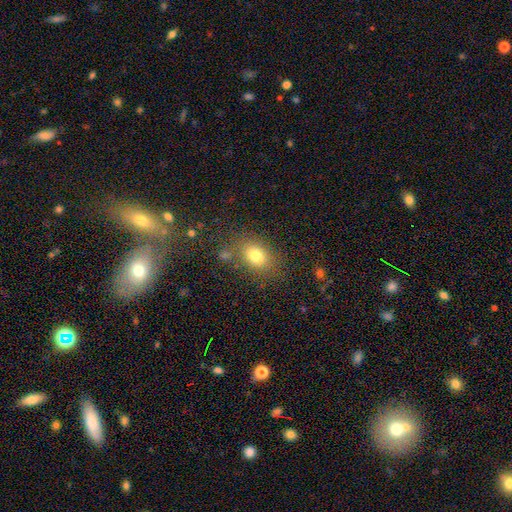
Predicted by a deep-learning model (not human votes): smooth 77%, star or artifact 12%, featured or disk 11%. Down the decision tree: how rounded — in between (72%); merging — none (74%).